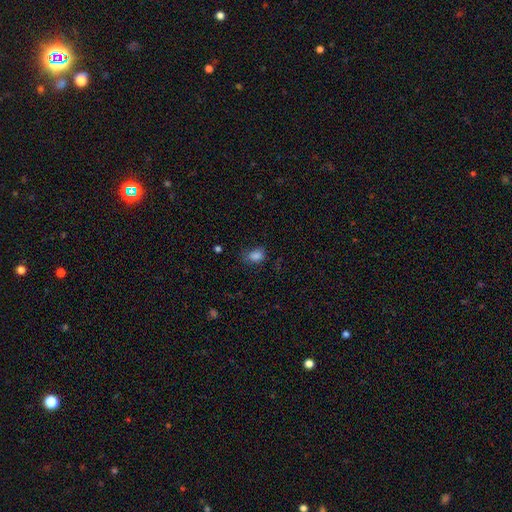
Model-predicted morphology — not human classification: The model was most divided on "merging": none: 63%, minor disturbance: 25%, major disturbance: 10%, merger: 2%. More confident: smooth or featured — smooth (82%); how rounded — in between (74%).